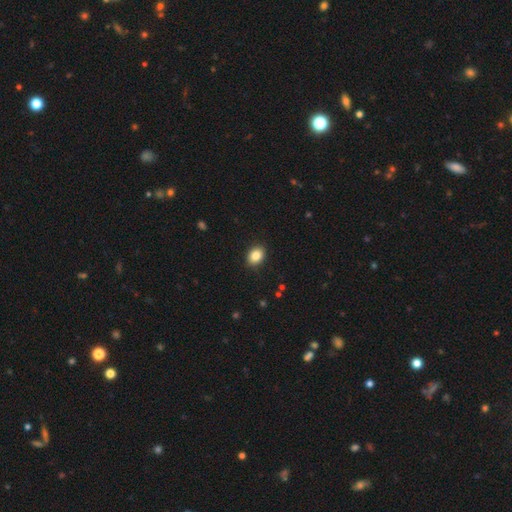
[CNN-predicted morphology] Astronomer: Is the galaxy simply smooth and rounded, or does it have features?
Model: smooth — 85%.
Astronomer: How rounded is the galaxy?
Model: in between — 62% (runner-up: round, 37%).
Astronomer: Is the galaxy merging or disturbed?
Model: none — 90%.